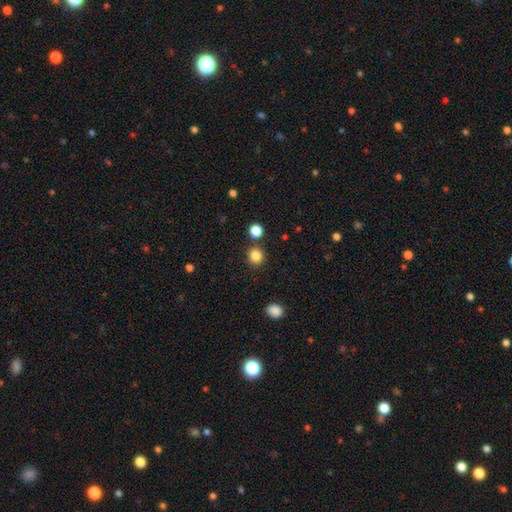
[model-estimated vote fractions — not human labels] smooth_or_featured: smooth (p=0.85) [alt: star or artifact p=0.12]
how_rounded: round (p=0.87) [alt: in between p=0.12]
merging: none (p=0.85) [alt: minor disturbance p=0.07]